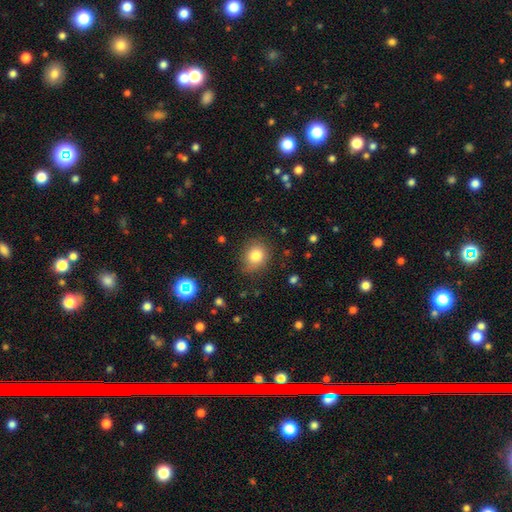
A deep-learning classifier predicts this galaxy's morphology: Smooth or featured?
  - smooth: 82% *
  - star or artifact: 11%
  - featured or disk: 8%
How rounded?
  - round: 72% *
  - in between: 27%
  - cigar-shaped: 1%
Merging?
  - none: 80% *
  - minor disturbance: 14%
  - major disturbance: 4%
  - merger: 2%